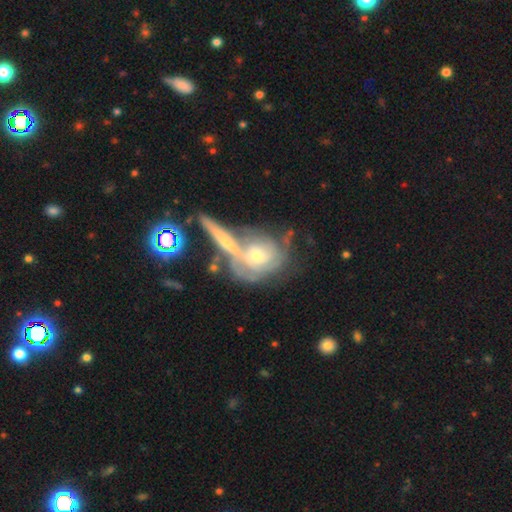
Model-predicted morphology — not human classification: This is likely a featured or disk galaxy (70%). It is clearly not viewed edge-on (87%). Bar: likely no (73%). Spiral arm pattern: likely yes (77%). Central bulge: possibly moderate (49%). Merging: marginally merger (40%).